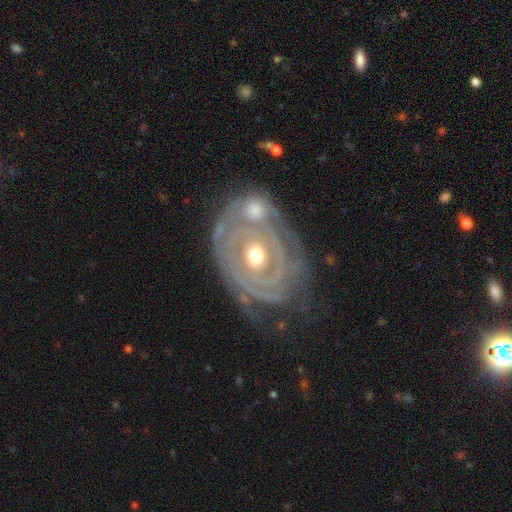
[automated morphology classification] Overall: featured or disk (87%). Edge-on disk: no (97%). Bar: no (74%). Spiral arms: yes (87%). Spiral arm count: 2 (33%; can't tell 27%). Spiral winding: tight (78%). Bulge size: moderate (68%). Merging: none (44%; merger 27%).